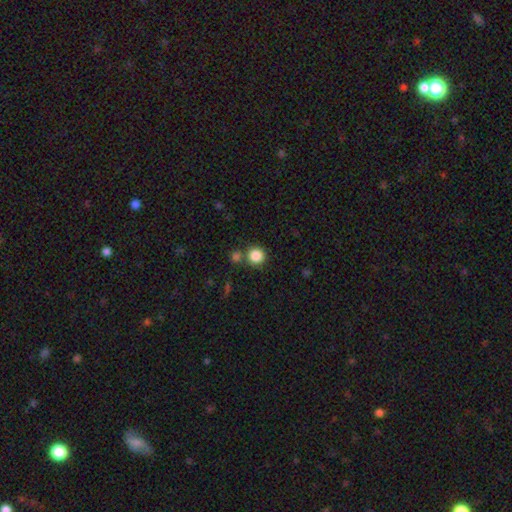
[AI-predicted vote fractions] A smooth galaxy with no disk features (85%) that is round (92%). Merging: none (74%).